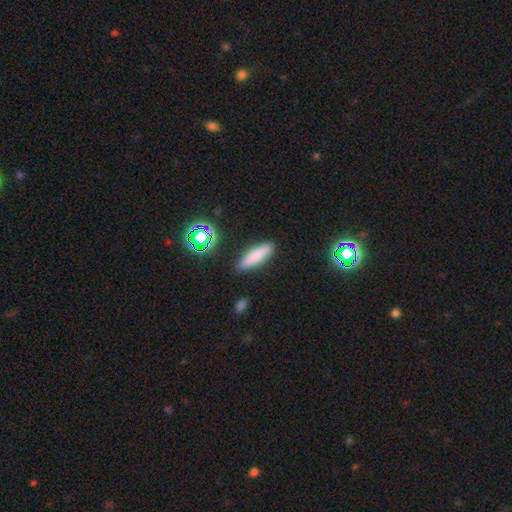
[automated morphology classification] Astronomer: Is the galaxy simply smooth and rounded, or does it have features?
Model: smooth — 78%.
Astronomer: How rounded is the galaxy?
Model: cigar-shaped — 63%.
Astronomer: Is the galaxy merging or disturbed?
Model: none — 87%.